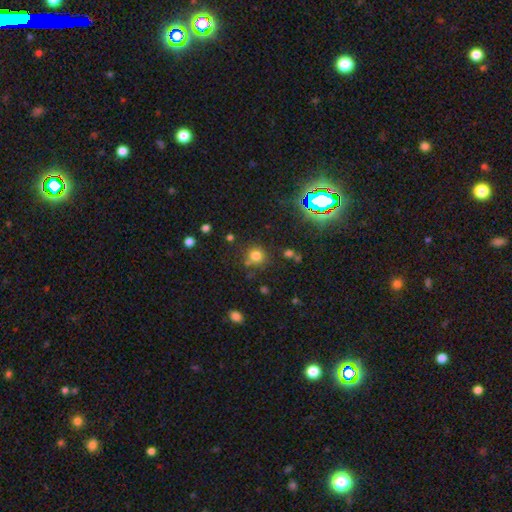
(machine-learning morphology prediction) type=smooth (74%); roundness=round (90%); merging=none (75%).